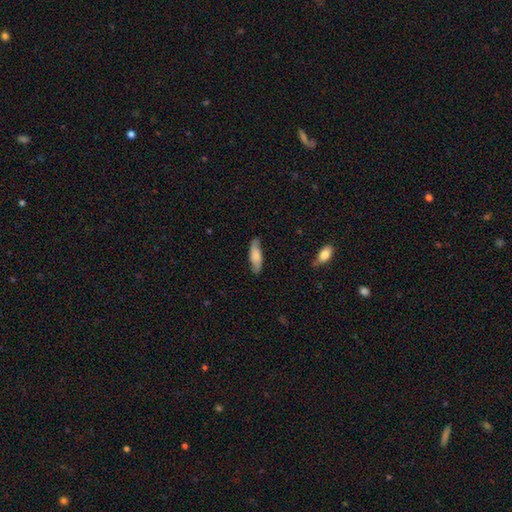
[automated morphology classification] Smooth or featured?
  - smooth: 65% *
  - featured or disk: 29%
  - star or artifact: 6%
How rounded?
  - in between: 56% *
  - cigar-shaped: 42%
  - round: 2%
Merging?
  - none: 79% *
  - minor disturbance: 16%
  - major disturbance: 3%
  - merger: 1%